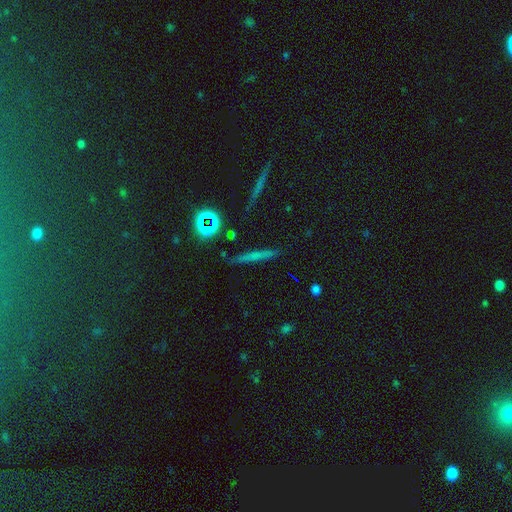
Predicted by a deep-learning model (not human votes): Overall: smooth (51%; featured or disk 30%). How rounded: cigar-shaped (88%). Merging: none (86%).